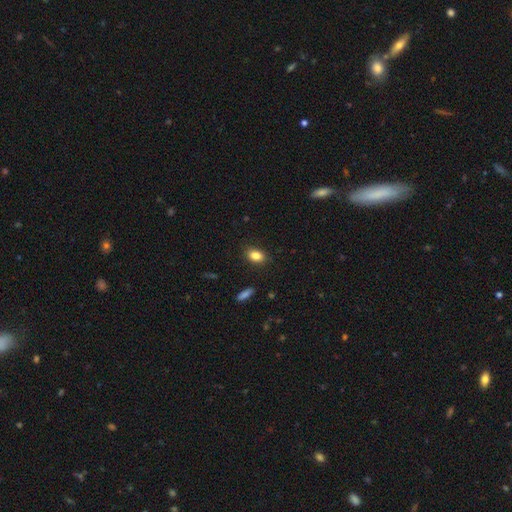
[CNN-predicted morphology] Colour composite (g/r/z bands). It shows a smooth galaxy with no disk features (85%) that is in between round and cigar-shaped (82%). Merging: none (86%).